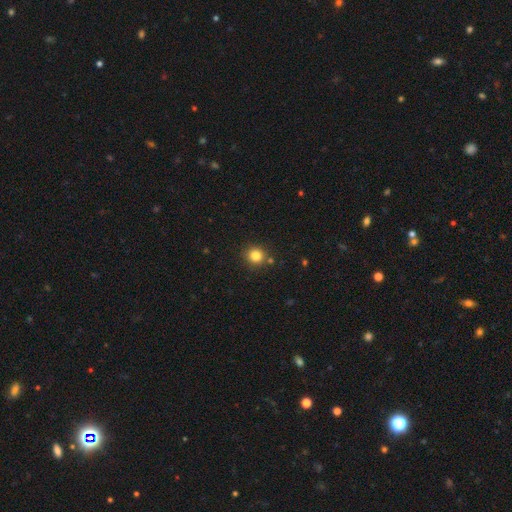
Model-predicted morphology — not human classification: Smooth or featured? Predicted: smooth (p=0.82). How rounded? Predicted: round (p=0.90). Merging? Predicted: none (p=0.84).